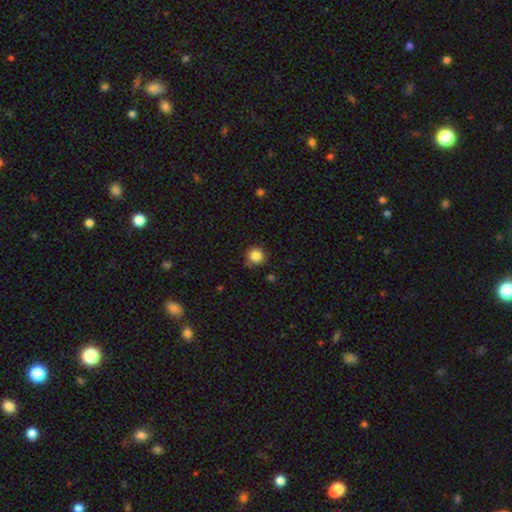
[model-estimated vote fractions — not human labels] This appears to be a smooth galaxy with no disk features (85%) that is round (93%). Merging: none (83%).